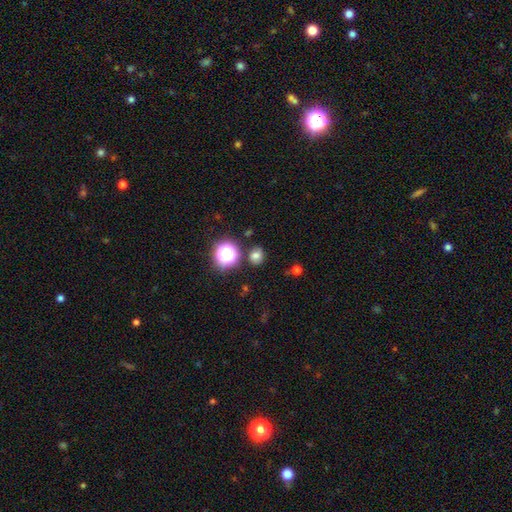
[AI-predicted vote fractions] This is likely a smooth galaxy (71%). How rounded: likely round (76%). Merging: clearly none (82%).